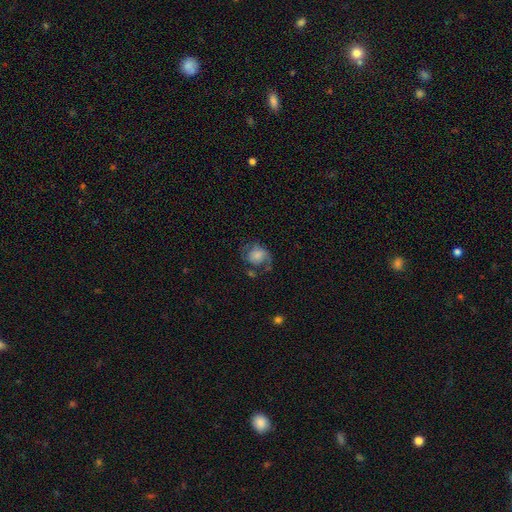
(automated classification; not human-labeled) Smooth or featured: featured or disk — 49% (smooth — 40%)
Merging: none — 49% (minor disturbance — 24%)